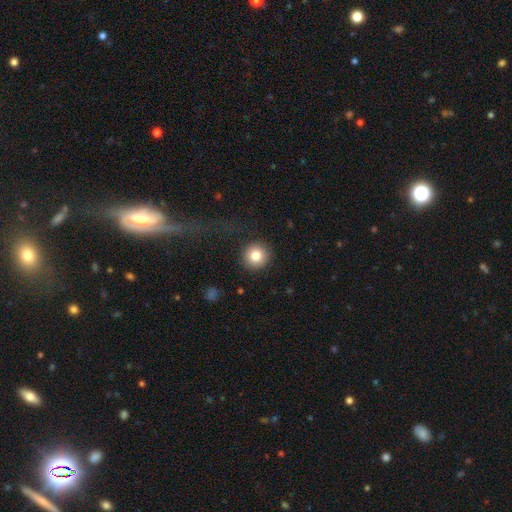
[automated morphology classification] Smooth or featured?
  - smooth: 82% *
  - star or artifact: 10%
  - featured or disk: 9%
How rounded?
  - round: 95% *
  - in between: 4%
  - cigar-shaped: 1%
Merging?
  - none: 88% *
  - minor disturbance: 7%
  - major disturbance: 4%
  - merger: 1%